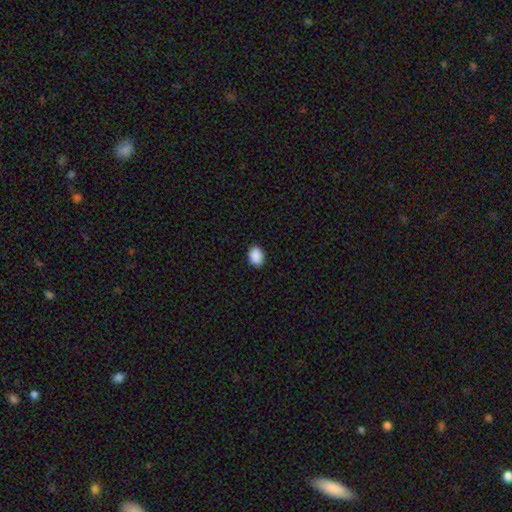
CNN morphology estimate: type=smooth (90%); roundness=in between (71%); merging=none (90%).